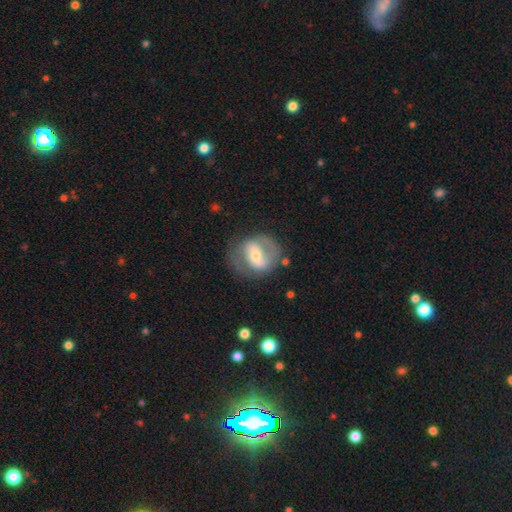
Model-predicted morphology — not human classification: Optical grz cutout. It shows a featured or disk galaxy (72%) with a weak bar (41%), 2 (77%) medium (48%) spiral arms (79%) and a moderate central bulge (53%). Merging: none (66%).